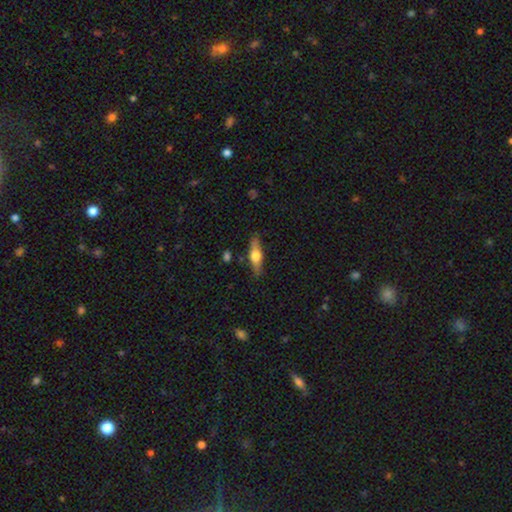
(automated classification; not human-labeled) Smooth or featured: featured or disk — 53% (smooth — 41%)
Edge-on disk: yes — 92% (no — 8%)
Merging: none — 83% (minor disturbance — 13%)